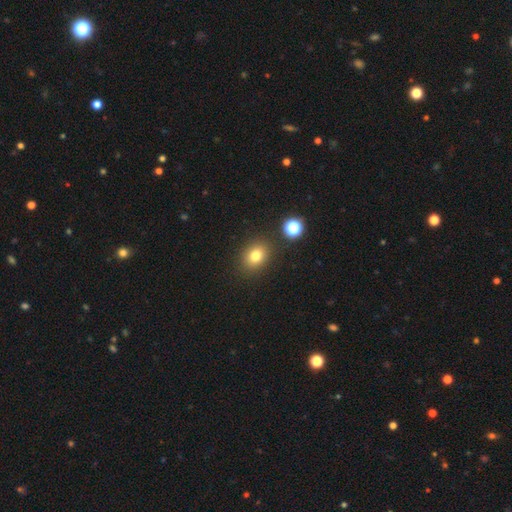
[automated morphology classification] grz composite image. It shows a smooth galaxy with no disk features (79%) that is round (50%). Merging: none (86%).